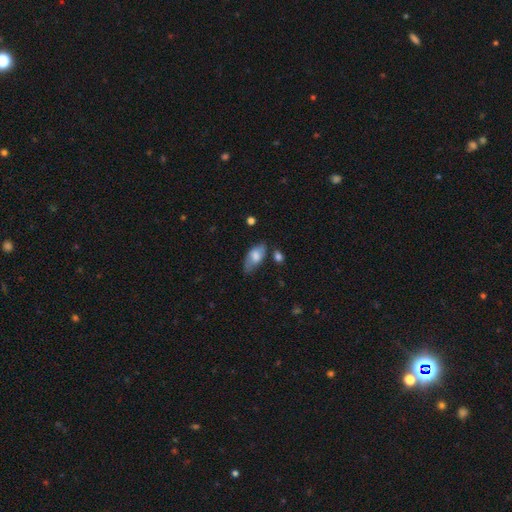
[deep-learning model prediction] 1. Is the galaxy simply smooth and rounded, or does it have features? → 70% smooth, 23% featured or disk, 7% star or artifact.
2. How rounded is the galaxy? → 89% in between, 7% cigar-shaped, 3% round.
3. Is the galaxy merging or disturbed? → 61% none, 27% minor disturbance, 7% major disturbance, 5% merger.